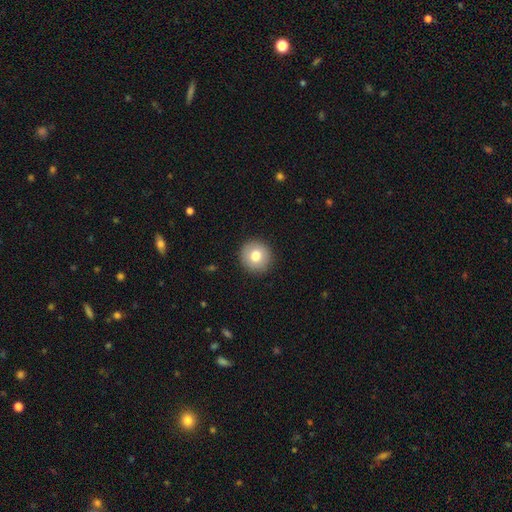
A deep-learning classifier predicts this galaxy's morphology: Smooth or featured?
  - smooth: 78% *
  - featured or disk: 14%
  - star or artifact: 8%
How rounded?
  - round: 94% *
  - in between: 5%
  - cigar-shaped: 1%
Merging?
  - none: 92% *
  - minor disturbance: 6%
  - major disturbance: 2%
  - merger: 1%